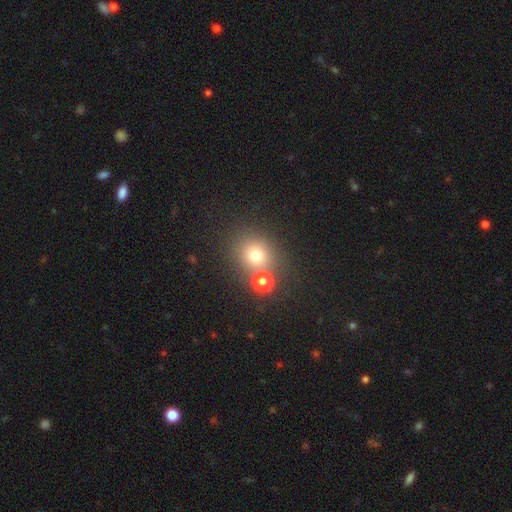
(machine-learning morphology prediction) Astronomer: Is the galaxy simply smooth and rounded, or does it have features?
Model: smooth — 72%.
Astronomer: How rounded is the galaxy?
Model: round — 81%.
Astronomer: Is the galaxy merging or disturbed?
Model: none — 66%.